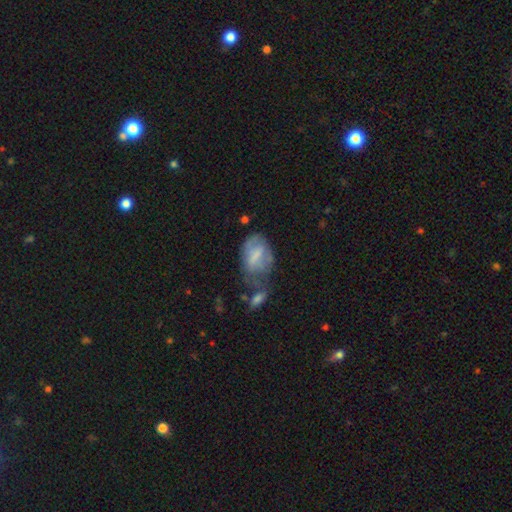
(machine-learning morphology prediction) Smooth or featured?
  - smooth: 55% *
  - featured or disk: 37%
  - star or artifact: 8%
How rounded?
  - in between: 87% *
  - round: 10%
  - cigar-shaped: 3%
Merging?
  - none: 33% *
  - minor disturbance: 28%
  - major disturbance: 23%
  - merger: 16%